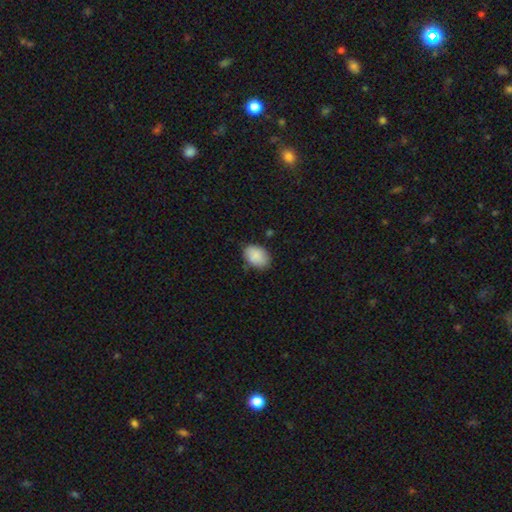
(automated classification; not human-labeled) smooth-or-featured: smooth: 88% | star or artifact: 7% | featured or disk: 5%
  how-rounded: in between: 83% | round: 16% | cigar-shaped: 1%
  merging: none: 79% | minor disturbance: 16% | major disturbance: 3% | merger: 2%